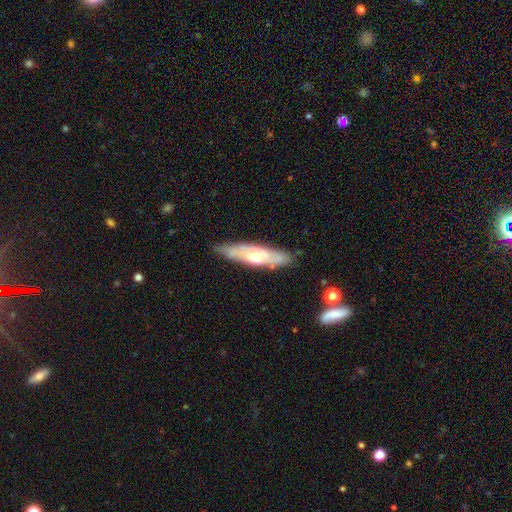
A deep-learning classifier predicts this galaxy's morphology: Smooth or featured?
  - featured or disk: 54% *
  - smooth: 40%
  - star or artifact: 6%
Edge-on disk?
  - yes: 59% *
  - no: 41%
Merging?
  - none: 79% *
  - minor disturbance: 16%
  - major disturbance: 3%
  - merger: 2%